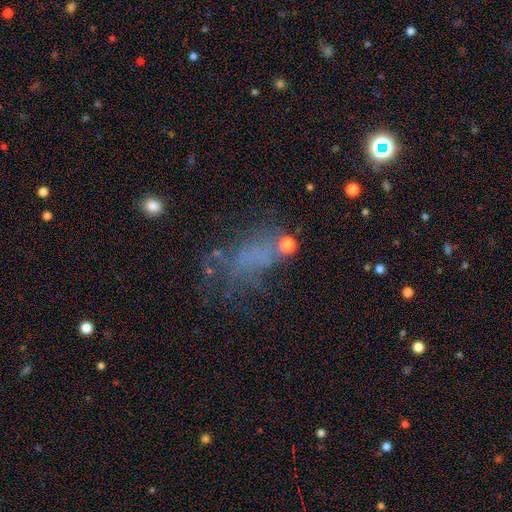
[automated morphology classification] smooth-or-featured: smooth: 39% | featured or disk: 32% | star or artifact: 29%
  merging: none: 42% | major disturbance: 30% | minor disturbance: 20% | merger: 7%